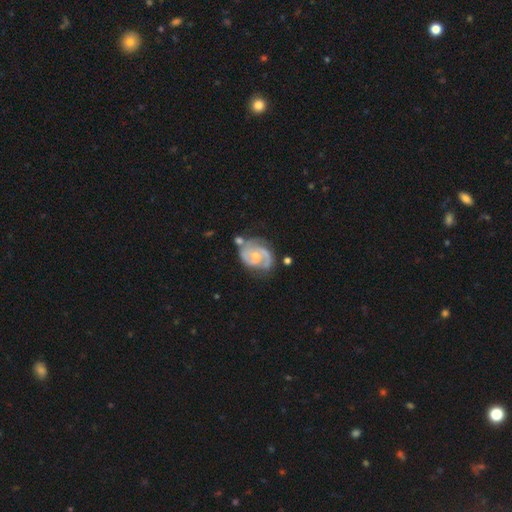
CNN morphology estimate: Smooth or featured? Predicted: featured or disk (p=0.87). Edge-on disk? Predicted: no (p=0.98). Bar? Predicted: no (p=0.56). Spiral arms? Predicted: yes (p=0.97). Spiral winding? Predicted: medium (p=0.47). Spiral arm count? Predicted: 2 (p=0.77). Bulge size? Predicted: small (p=0.57). Merging? Predicted: none (p=0.56).